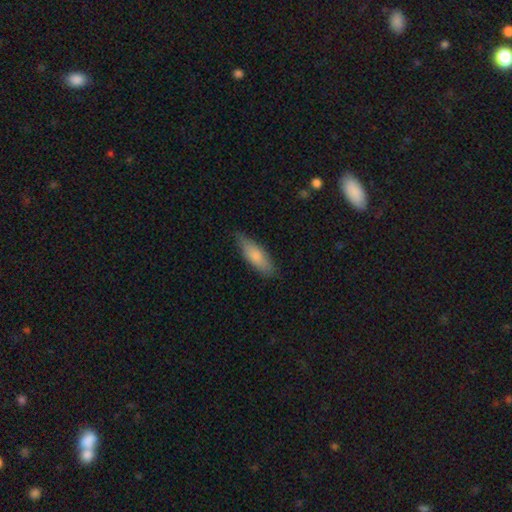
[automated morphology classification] A smooth galaxy with no disk features (78%) that is in between round and cigar-shaped (51%).

Vote fractions:
- Smooth or featured? smooth: 78% / featured or disk: 16% / star or artifact: 6%
- How rounded? in between: 51% / cigar-shaped: 47% / round: 2%
- Merging? none: 77% / minor disturbance: 19% / major disturbance: 3% / merger: 1%